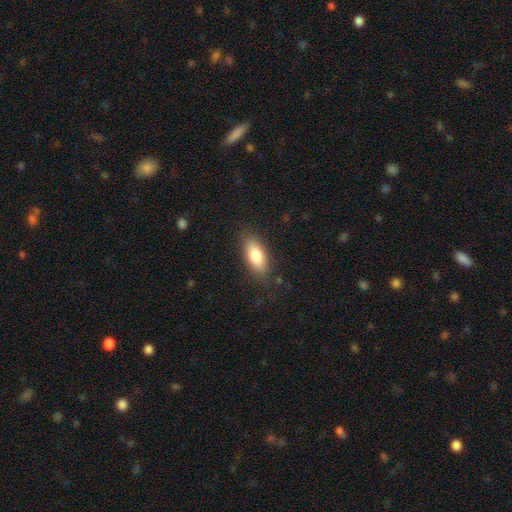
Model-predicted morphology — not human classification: Smooth or featured? smooth (82%)
How rounded? in between (82%)
Merging? none (82%)